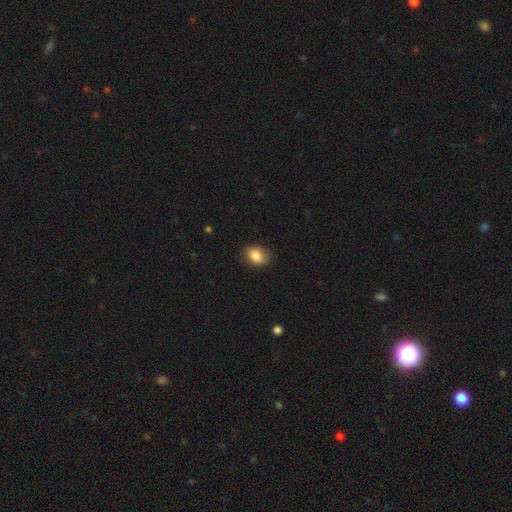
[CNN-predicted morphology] Smooth or featured: smooth — 86% (star or artifact — 8%)
How rounded: in between — 65% (round — 34%)
Merging: none — 80% (minor disturbance — 15%)